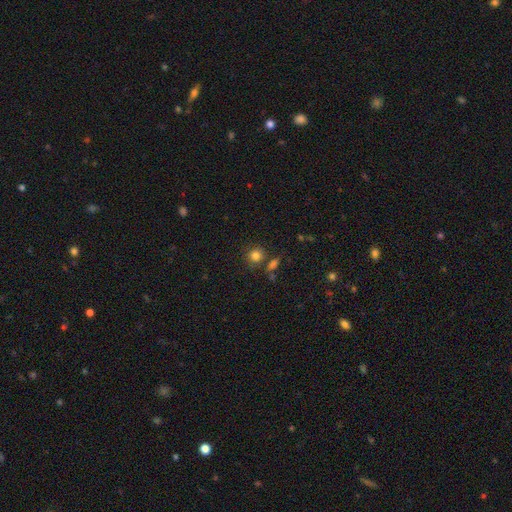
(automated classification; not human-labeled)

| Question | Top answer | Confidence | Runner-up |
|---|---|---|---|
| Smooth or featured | smooth | 82% | star or artifact (12%) |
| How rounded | round | 86% | in between (13%) |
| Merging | none | 74% | minor disturbance (11%) |